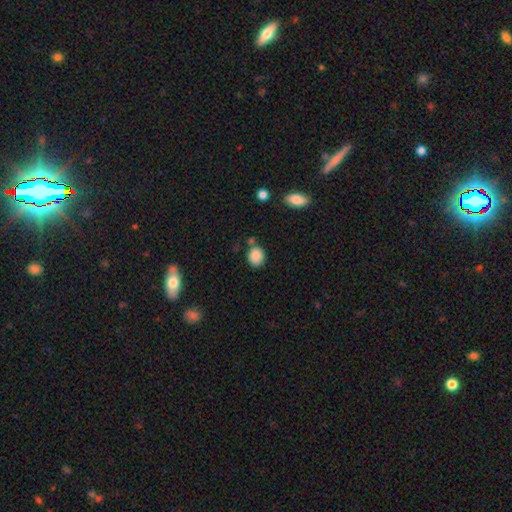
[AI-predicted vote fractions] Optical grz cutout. It shows a smooth galaxy with no disk features (87%) that is round (71%). Merging: none (73%).